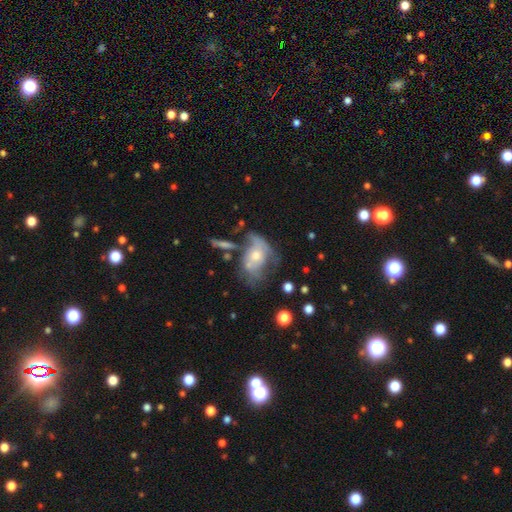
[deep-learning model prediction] This is possibly a featured or disk galaxy (53%). It is clearly not viewed edge-on (94%). Merging: marginally major disturbance (37%).